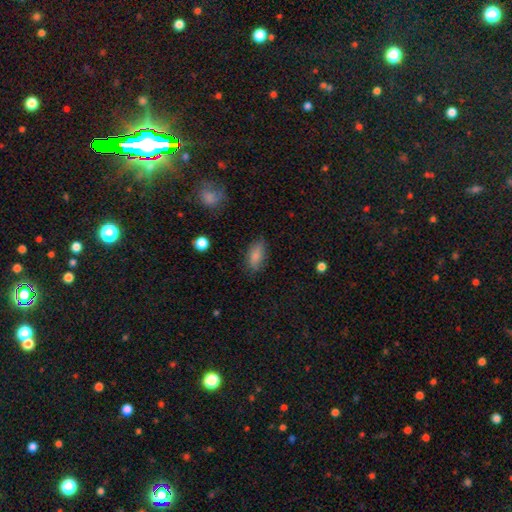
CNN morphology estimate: Q: Smooth or featured?
A: smooth (83%); runner-up: featured or disk (8%)
Q: How rounded?
A: in between (86%); runner-up: cigar-shaped (10%)
Q: Merging?
A: none (74%); runner-up: minor disturbance (19%)